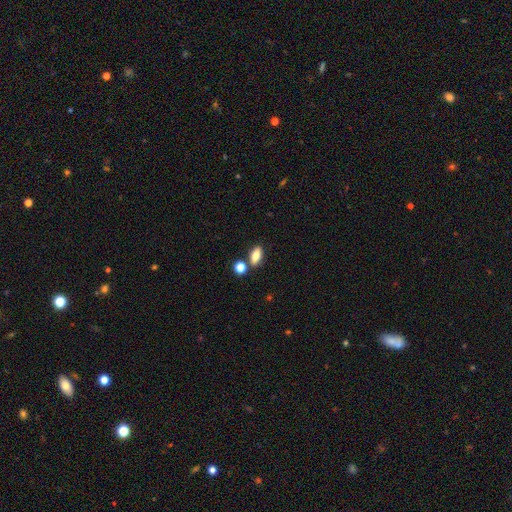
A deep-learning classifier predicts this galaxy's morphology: A smooth galaxy with no disk features (78%) that is in between round and cigar-shaped (79%). Merging: none (75%).